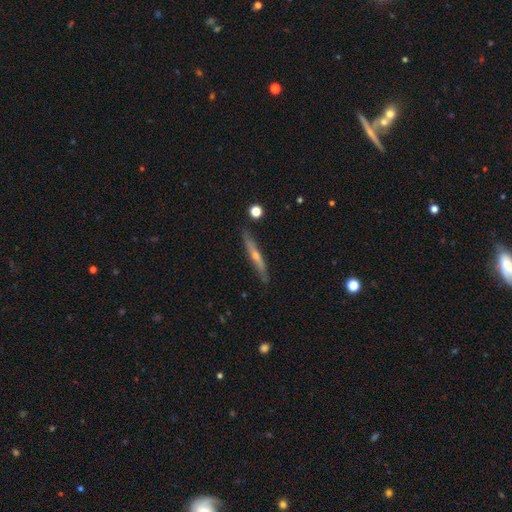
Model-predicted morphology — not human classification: smooth_or_featured: featured or disk (p=0.64) [alt: smooth p=0.30]
disk_edge_on: yes (p=0.93) [alt: no p=0.07]
edge_on_bulge: rounded (p=0.75) [alt: none p=0.22]
merging: none (p=0.85) [alt: minor disturbance p=0.11]